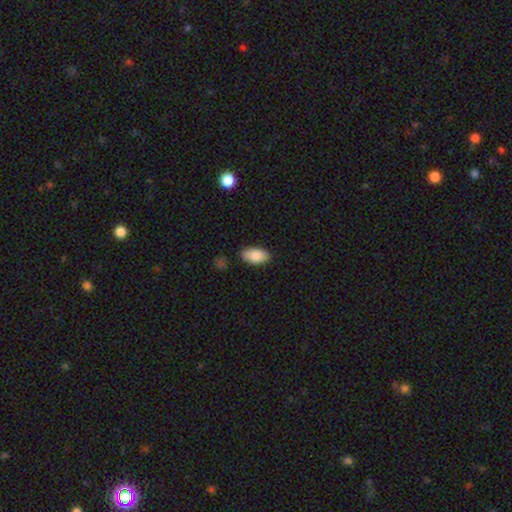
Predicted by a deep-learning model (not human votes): Smooth or featured? smooth (87%)
How rounded? in between (94%)
Merging? none (84%)